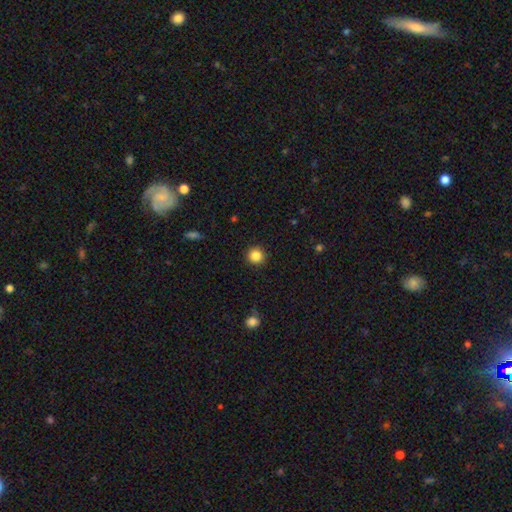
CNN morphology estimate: Overall: smooth (85%). How rounded: round (94%). Merging: none (92%).